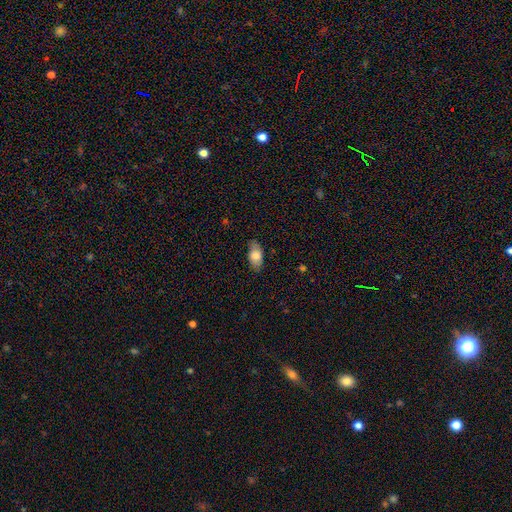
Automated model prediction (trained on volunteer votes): Smooth or featured: smooth — 78% (featured or disk — 15%)
How rounded: in between — 91% (cigar-shaped — 5%)
Merging: none — 79% (minor disturbance — 17%)